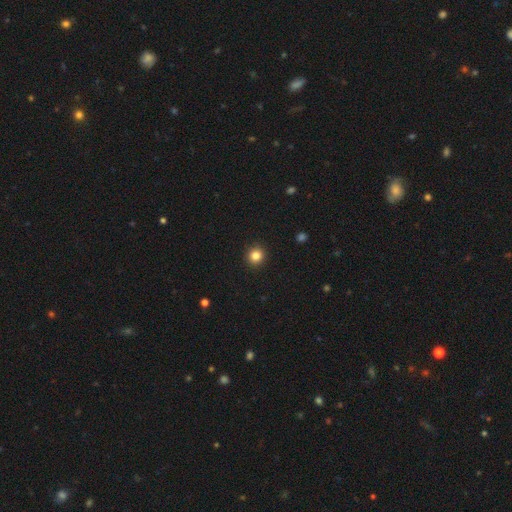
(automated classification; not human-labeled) The model was most divided on "smooth or featured": smooth: 84%, star or artifact: 12%, featured or disk: 5%. More confident: merging — none (93%); how rounded — round (92%).